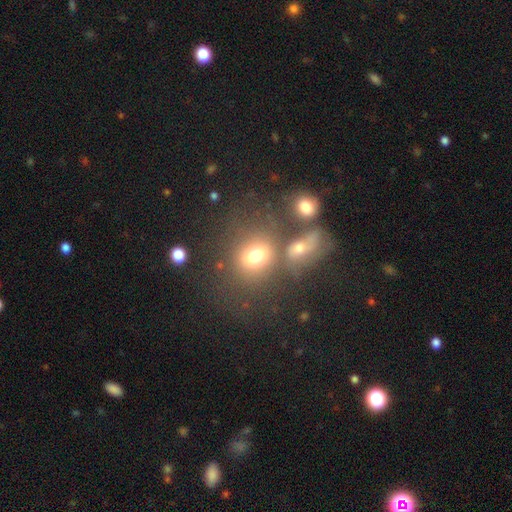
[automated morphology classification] This appears to be a smooth galaxy with no disk features (74%) that is round (61%). Merging: none (56%).